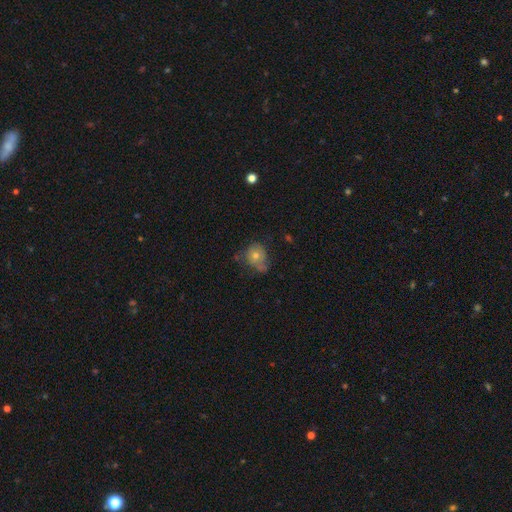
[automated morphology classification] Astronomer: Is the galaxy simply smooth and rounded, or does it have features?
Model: smooth — 67%.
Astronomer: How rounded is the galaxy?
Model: round — 64%.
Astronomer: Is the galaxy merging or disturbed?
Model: none — 44% (runner-up: minor disturbance, 33%).